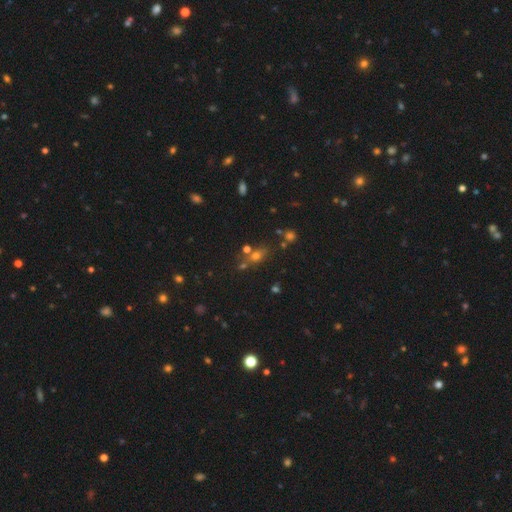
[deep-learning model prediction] Smooth or featured? smooth (56%)
How rounded? in between (53%)
Merging? none (59%)